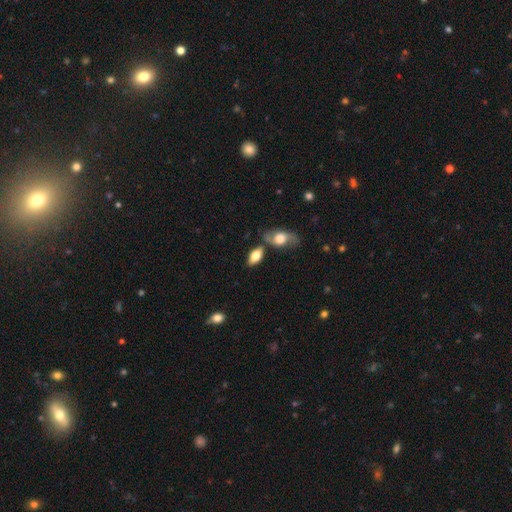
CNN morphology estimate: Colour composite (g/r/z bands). It shows a smooth galaxy with no disk features (68%) that is in between round and cigar-shaped (88%). Merging: none (67%).